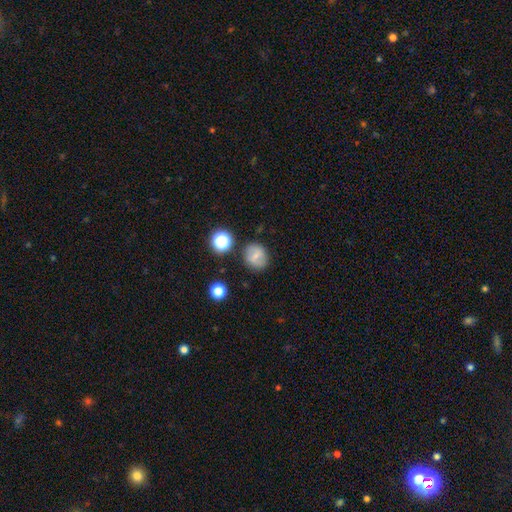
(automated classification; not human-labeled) Smooth or featured?
  - smooth: 62% *
  - featured or disk: 26%
  - star or artifact: 12%
How rounded?
  - round: 77% *
  - in between: 22%
  - cigar-shaped: 1%
Merging?
  - none: 81% *
  - minor disturbance: 11%
  - merger: 4%
  - major disturbance: 3%